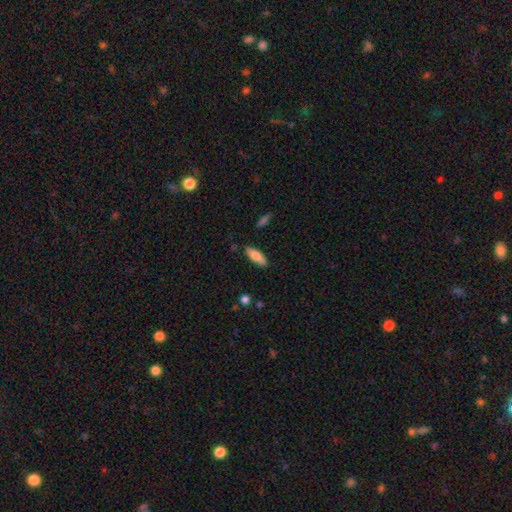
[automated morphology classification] Smooth or featured? smooth (75%)
How rounded? in between (58%)
Merging? none (85%)